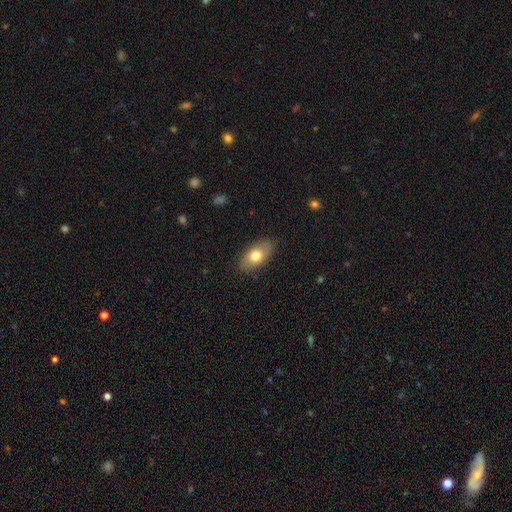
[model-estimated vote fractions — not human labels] Smooth or featured? Predicted: smooth (p=0.72). How rounded? Predicted: in between (p=0.90). Merging? Predicted: none (p=0.85).